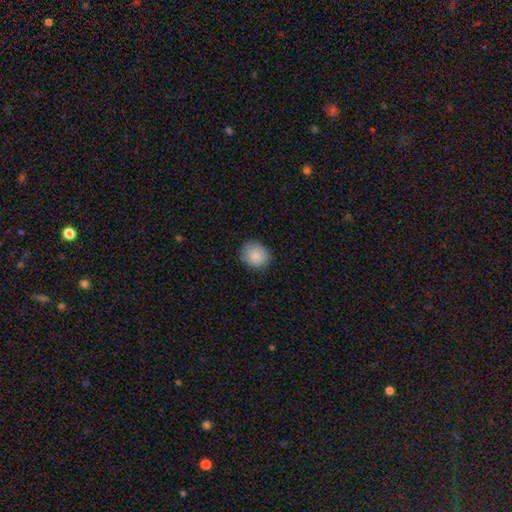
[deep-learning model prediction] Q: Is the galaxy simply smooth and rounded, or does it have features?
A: smooth — 86%.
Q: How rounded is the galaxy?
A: round — 73%.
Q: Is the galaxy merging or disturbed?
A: none — 84%.